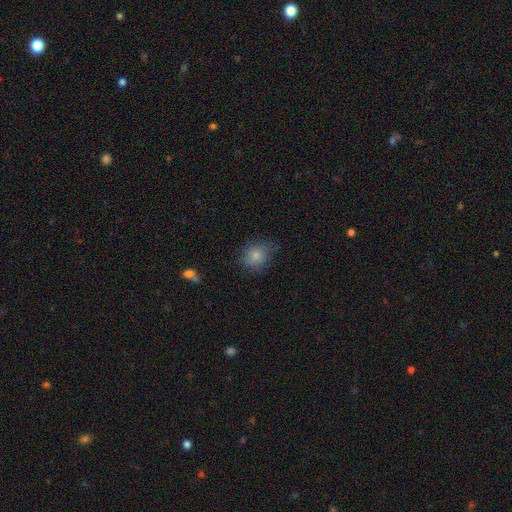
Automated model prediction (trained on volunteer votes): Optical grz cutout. It shows a smooth galaxy with no disk features (80%) that is round (71%). Merging: none (66%).